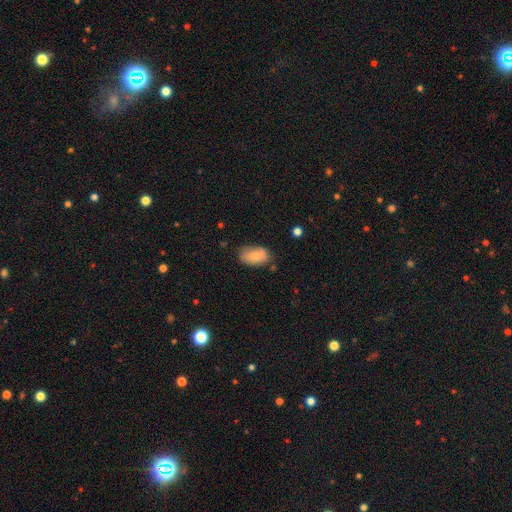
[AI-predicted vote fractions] smooth_or_featured: smooth (p=0.76) [alt: featured or disk p=0.17]
how_rounded: in between (p=0.92) [alt: round p=0.06]
merging: none (p=0.69) [alt: minor disturbance p=0.23]